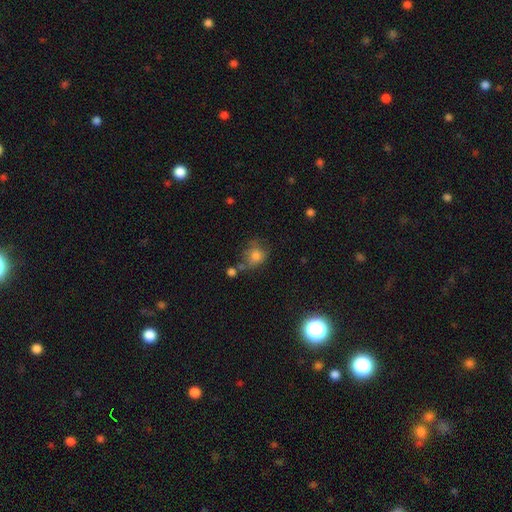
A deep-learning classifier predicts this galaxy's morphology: Smooth or featured? smooth (75%)
How rounded? round (65%)
Merging? none (45%)